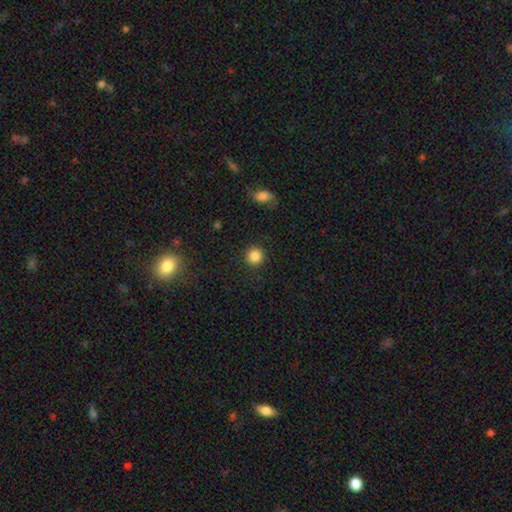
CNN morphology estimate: Overall: smooth (86%). How rounded: round (93%). Merging: none (90%).